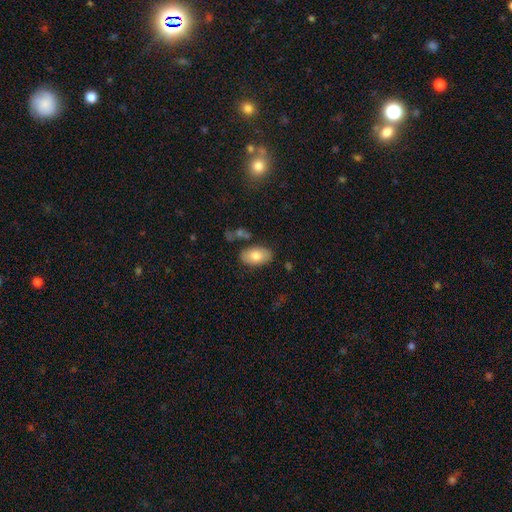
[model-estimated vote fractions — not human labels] Morphology: type=smooth (78%); roundness=in between (94%); merging=none (80%).